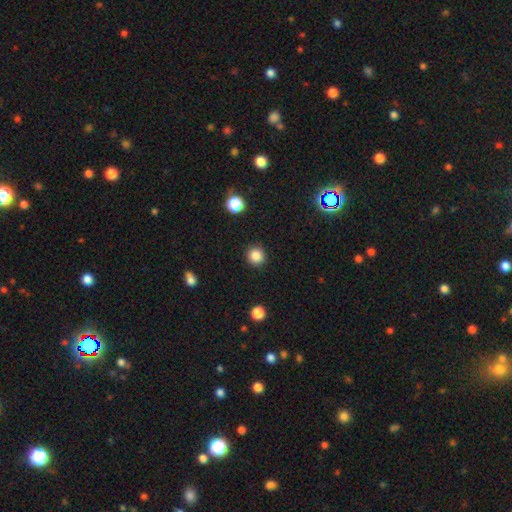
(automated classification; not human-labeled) The model was most divided on "smooth or featured": smooth: 86%, star or artifact: 11%, featured or disk: 3%. More confident: how rounded — round (92%); merging — none (92%).